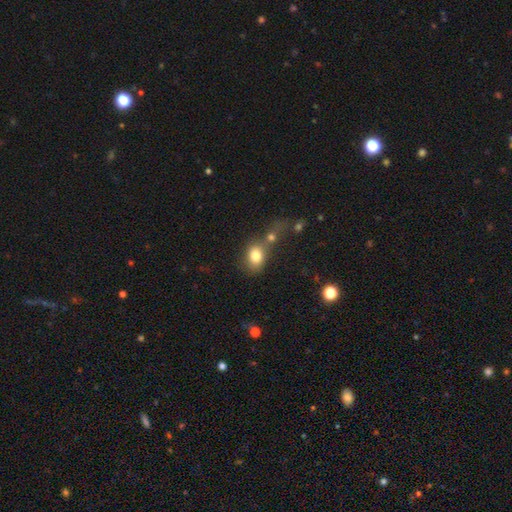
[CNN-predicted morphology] Overall: smooth (80%). How rounded: in between (63%; round 36%). Merging: merger (43%; none 35%).